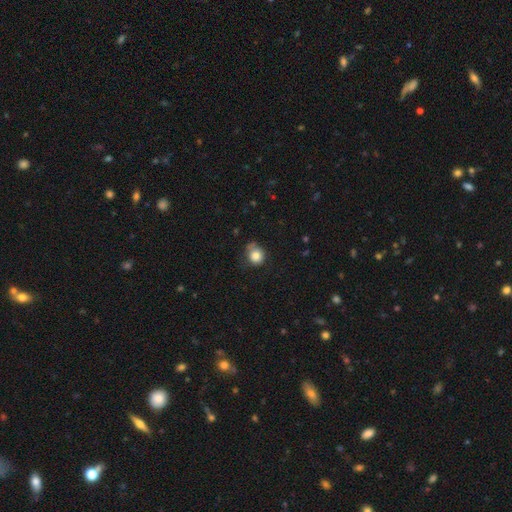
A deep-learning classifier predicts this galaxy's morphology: smooth-or-featured: smooth: 81% | star or artifact: 10% | featured or disk: 9%
  how-rounded: round: 79% | in between: 20% | cigar-shaped: 1%
  merging: none: 56% | minor disturbance: 31% | major disturbance: 10% | merger: 4%